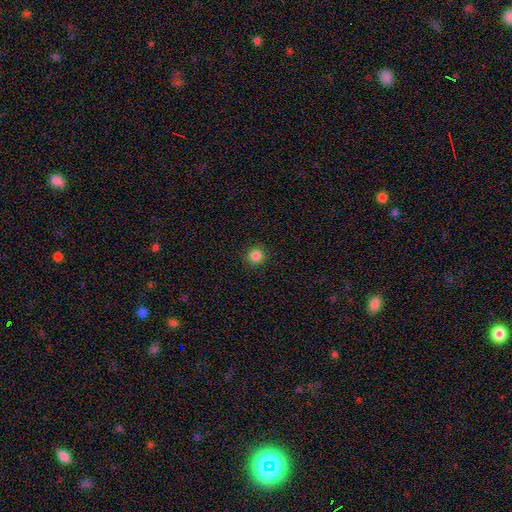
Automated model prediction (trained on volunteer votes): Overall: smooth (85%). How rounded: round (93%). Merging: none (91%).